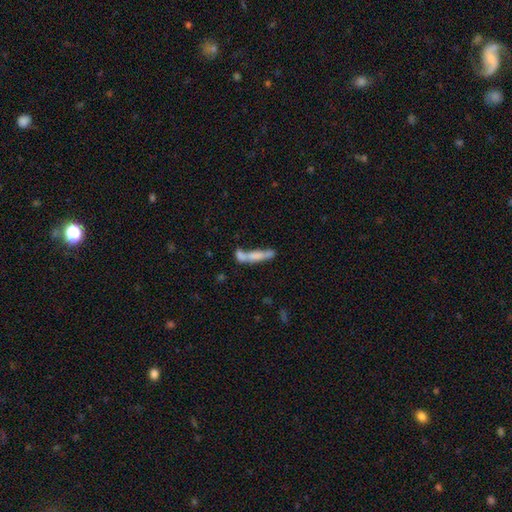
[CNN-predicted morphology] smooth_or_featured: smooth (p=0.60) [alt: featured or disk p=0.31]
how_rounded: cigar-shaped (p=0.74) [alt: in between p=0.23]
merging: merger (p=0.43) [alt: none p=0.33]